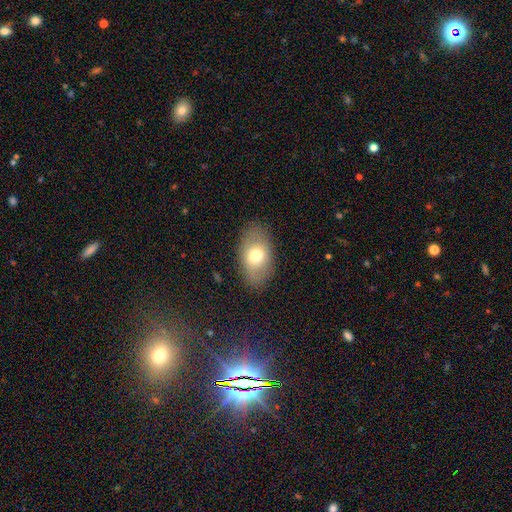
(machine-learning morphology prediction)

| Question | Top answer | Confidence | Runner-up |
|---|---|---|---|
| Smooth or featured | smooth | 70% | featured or disk (22%) |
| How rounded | in between | 89% | round (9%) |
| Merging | none | 83% | minor disturbance (12%) |